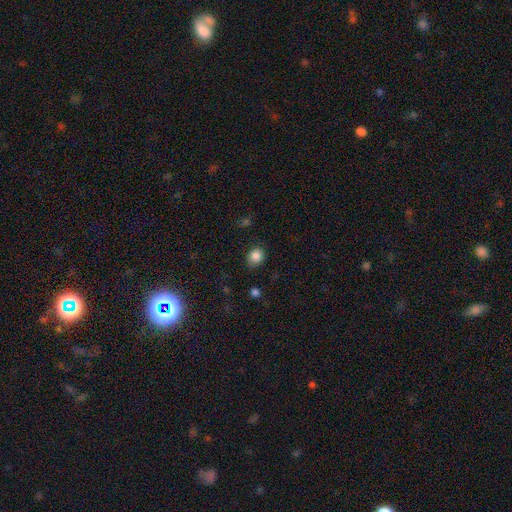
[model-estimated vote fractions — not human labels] Q: Smooth or featured?
A: smooth (85%); runner-up: star or artifact (10%)
Q: How rounded?
A: round (69%); runner-up: in between (30%)
Q: Merging?
A: none (80%); runner-up: minor disturbance (15%)